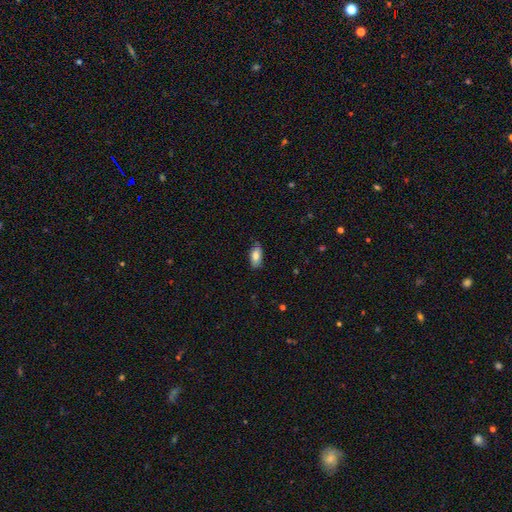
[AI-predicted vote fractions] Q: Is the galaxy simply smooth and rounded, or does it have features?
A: smooth — 79%.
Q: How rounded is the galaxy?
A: in between — 89%.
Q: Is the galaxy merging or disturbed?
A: none — 78%.